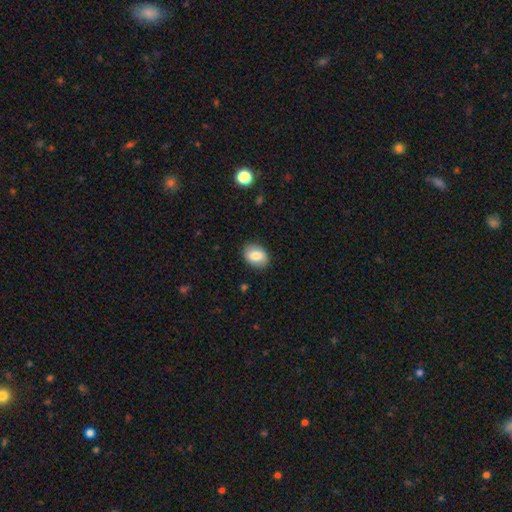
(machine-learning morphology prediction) type=smooth (80%); roundness=in between (75%); merging=none (87%).